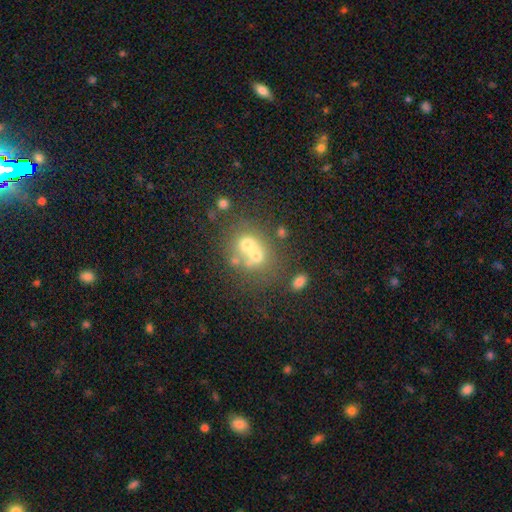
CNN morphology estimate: Smooth or featured?
  - smooth: 54% *
  - featured or disk: 29%
  - star or artifact: 17%
How rounded?
  - round: 63% *
  - in between: 36%
  - cigar-shaped: 1%
Merging?
  - merger: 55% *
  - none: 29%
  - minor disturbance: 9%
  - major disturbance: 7%